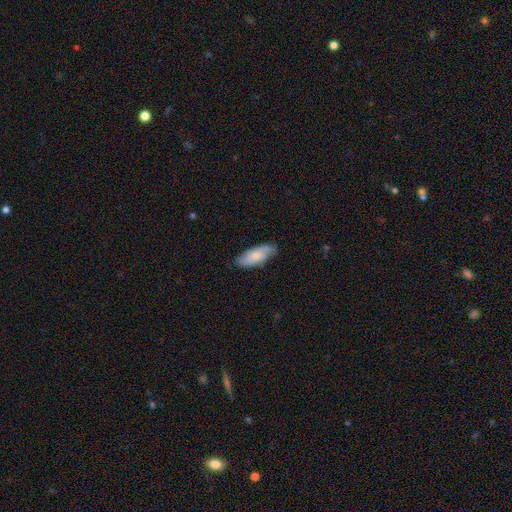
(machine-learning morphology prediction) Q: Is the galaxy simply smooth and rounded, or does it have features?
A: smooth — 70%.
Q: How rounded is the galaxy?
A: in between — 79%.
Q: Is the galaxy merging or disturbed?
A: none — 76%.